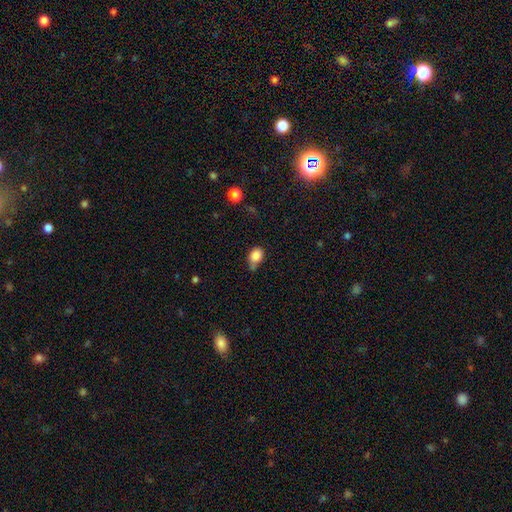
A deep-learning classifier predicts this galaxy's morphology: Q: Smooth or featured?
A: smooth (84%); runner-up: star or artifact (10%)
Q: How rounded?
A: in between (59%); runner-up: round (40%)
Q: Merging?
A: none (46%); runner-up: minor disturbance (33%)